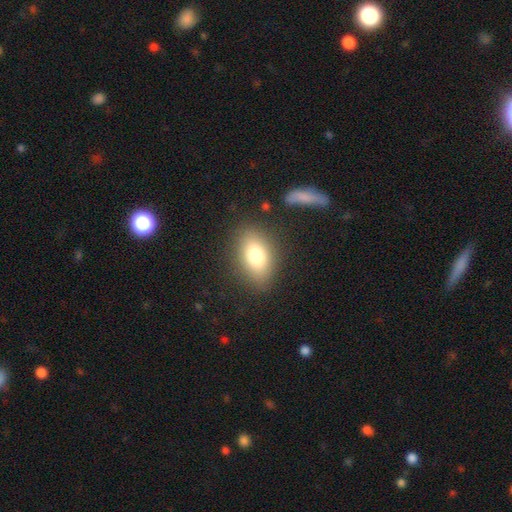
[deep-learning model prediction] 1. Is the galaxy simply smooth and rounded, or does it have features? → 76% smooth, 14% featured or disk, 10% star or artifact.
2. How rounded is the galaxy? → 83% in between, 14% round, 3% cigar-shaped.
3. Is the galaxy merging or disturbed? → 83% none, 10% minor disturbance, 4% major disturbance, 2% merger.